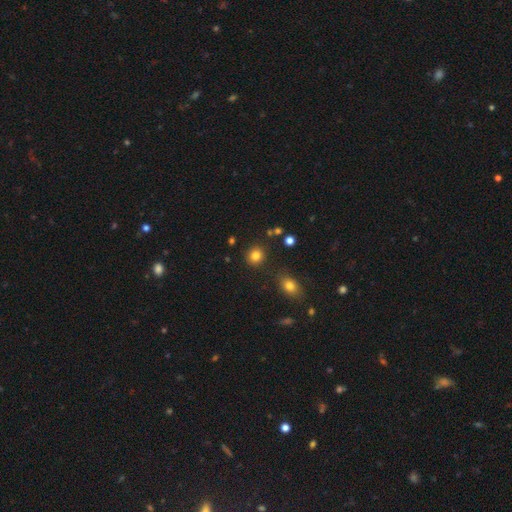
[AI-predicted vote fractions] A smooth galaxy with no disk features (83%) that is round (88%). Merging: none (88%).